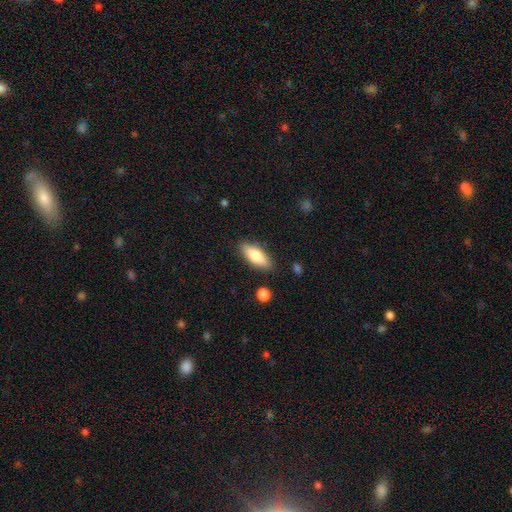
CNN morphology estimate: Smooth or featured?
  - smooth: 73% *
  - featured or disk: 21%
  - star or artifact: 6%
How rounded?
  - in between: 68% *
  - cigar-shaped: 30%
  - round: 2%
Merging?
  - none: 86% *
  - minor disturbance: 10%
  - major disturbance: 2%
  - merger: 2%